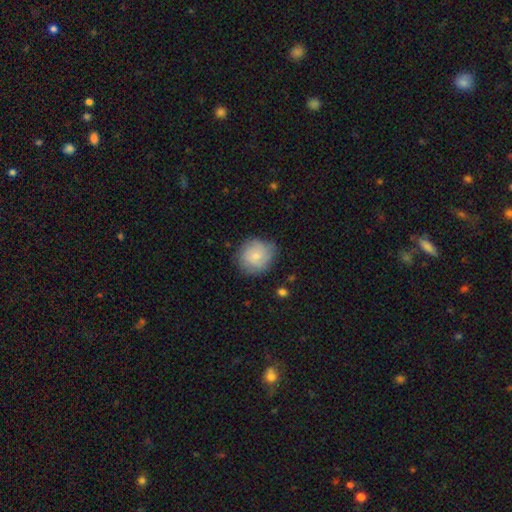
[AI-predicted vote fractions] Smooth or featured: smooth — 65% (featured or disk — 27%)
How rounded: round — 88% (in between — 11%)
Merging: none — 73% (minor disturbance — 20%)